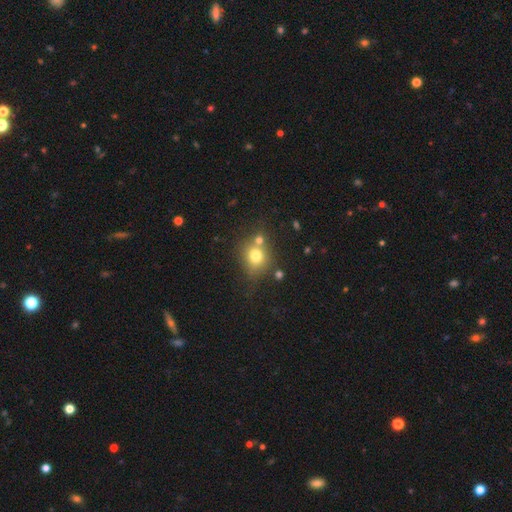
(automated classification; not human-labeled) Smooth or featured?
  - smooth: 74% *
  - star or artifact: 14%
  - featured or disk: 12%
How rounded?
  - round: 77% *
  - in between: 22%
  - cigar-shaped: 1%
Merging?
  - none: 59% *
  - merger: 24%
  - minor disturbance: 12%
  - major disturbance: 5%